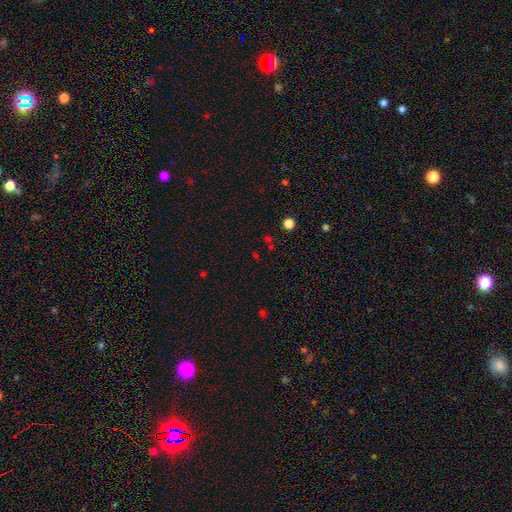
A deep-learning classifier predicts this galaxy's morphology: A star or artifact, not a galaxy (54%).

Vote fractions:
- Smooth or featured? star or artifact: 54% / smooth: 38% / featured or disk: 8%